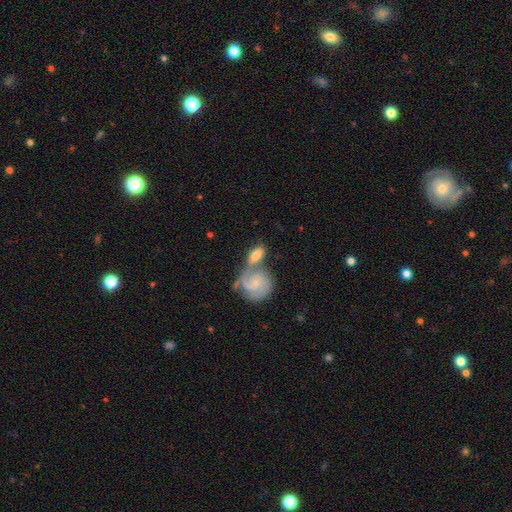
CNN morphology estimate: This appears to be a featured or disk galaxy (56%) with no bar (64%), spiral arms (84%) and a small central bulge (67%). Merging: merger (52%).